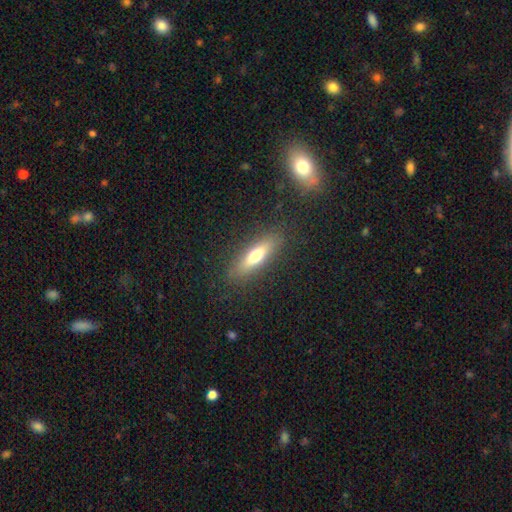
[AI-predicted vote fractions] smooth 61%, featured or disk 32%, star or artifact 8%. Down the decision tree: how rounded — cigar-shaped (60%); merging — none (87%).